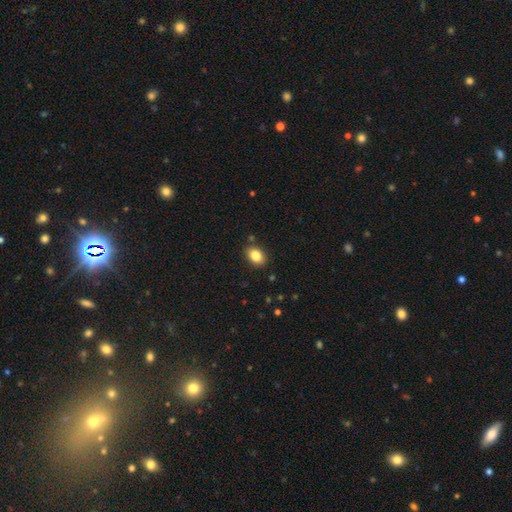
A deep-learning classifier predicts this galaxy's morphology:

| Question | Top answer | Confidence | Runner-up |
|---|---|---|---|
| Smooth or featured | smooth | 85% | star or artifact (9%) |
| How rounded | in between | 78% | round (21%) |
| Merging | none | 86% | minor disturbance (9%) |